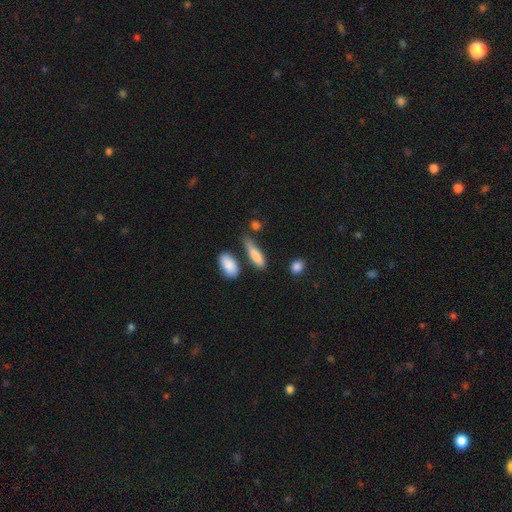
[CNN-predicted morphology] smooth-or-featured: smooth: 84% | featured or disk: 10% | star or artifact: 6%
  how-rounded: cigar-shaped: 51% | in between: 46% | round: 3%
  merging: none: 57% | minor disturbance: 25% | merger: 10% | major disturbance: 8%